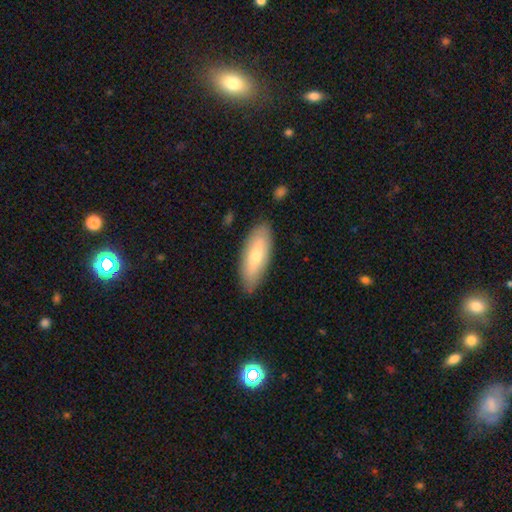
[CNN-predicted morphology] A smooth galaxy with no disk features (64%) that is in between round and cigar-shaped (71%). Merging: none (83%).